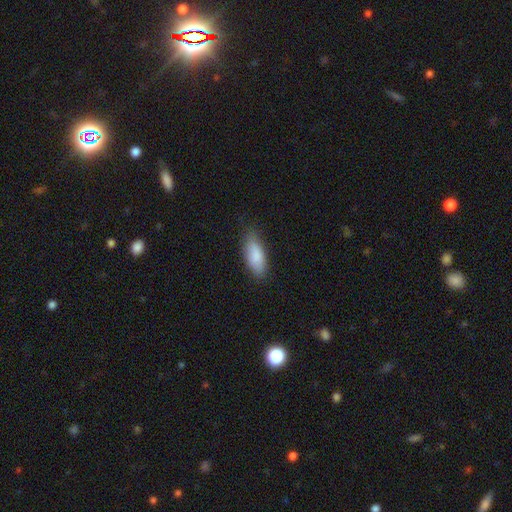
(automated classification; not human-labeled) The model was most divided on "how rounded": in between: 75%, cigar-shaped: 23%, round: 2%. More confident: smooth or featured — smooth (86%); merging — none (76%).